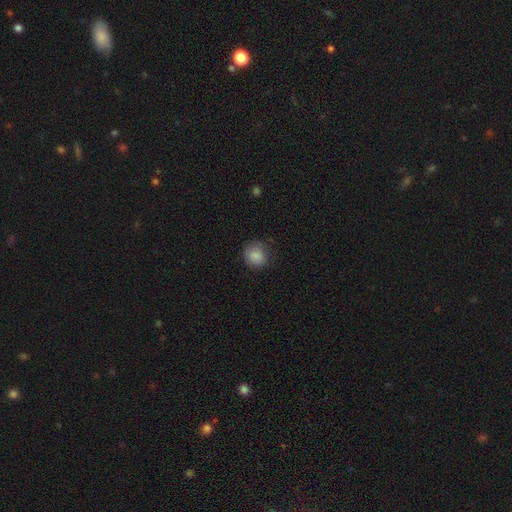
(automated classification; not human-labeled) This is clearly a smooth galaxy (86%). How rounded: clearly round (82%). Merging: likely none (76%).